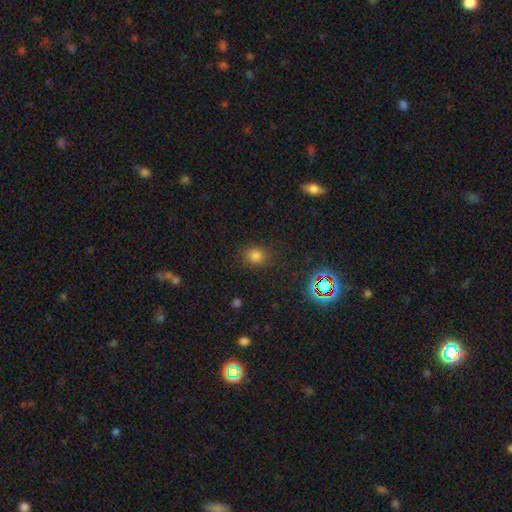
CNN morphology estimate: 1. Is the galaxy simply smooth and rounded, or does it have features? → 77% smooth, 18% star or artifact, 5% featured or disk.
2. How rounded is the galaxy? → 69% round, 30% in between, 1% cigar-shaped.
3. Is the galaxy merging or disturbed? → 83% none, 11% minor disturbance, 4% major disturbance, 1% merger.